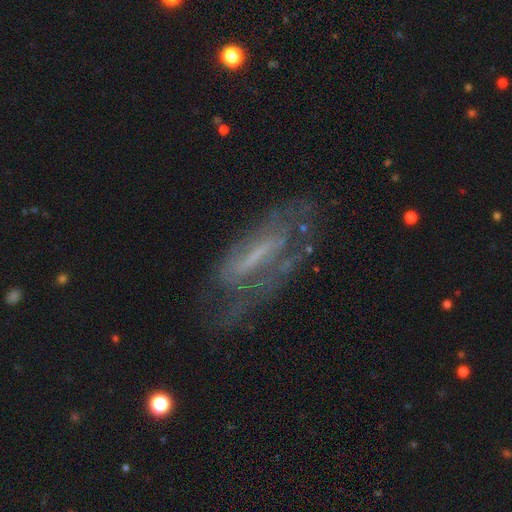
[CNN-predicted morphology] Smooth or featured? Predicted: featured or disk (p=0.70). Edge-on disk? Predicted: no (p=0.79). Bar? Predicted: strong (p=0.38). Spiral arms? Predicted: yes (p=0.61). Bulge size? Predicted: none (p=0.43). Merging? Predicted: none (p=0.50).